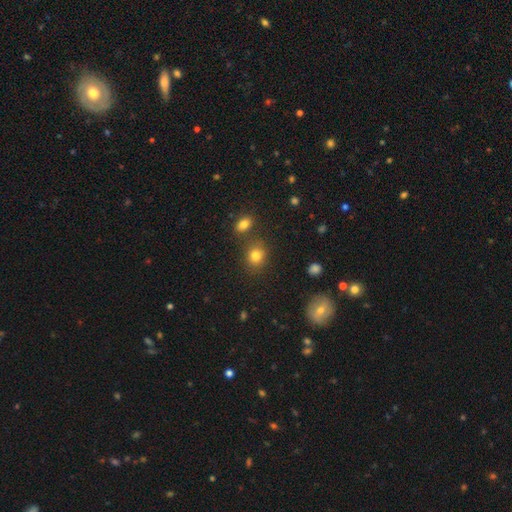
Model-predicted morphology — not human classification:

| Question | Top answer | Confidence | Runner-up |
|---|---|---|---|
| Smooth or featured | smooth | 81% | star or artifact (12%) |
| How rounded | round | 70% | in between (29%) |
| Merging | none | 76% | minor disturbance (11%) |